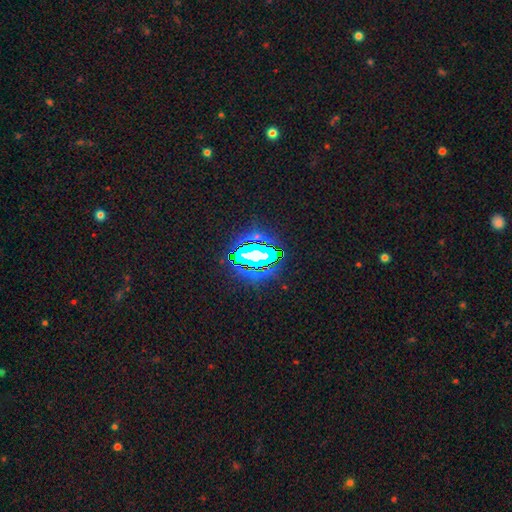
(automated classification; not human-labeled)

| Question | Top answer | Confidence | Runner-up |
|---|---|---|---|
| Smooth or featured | star or artifact | 65% | smooth (19%) |